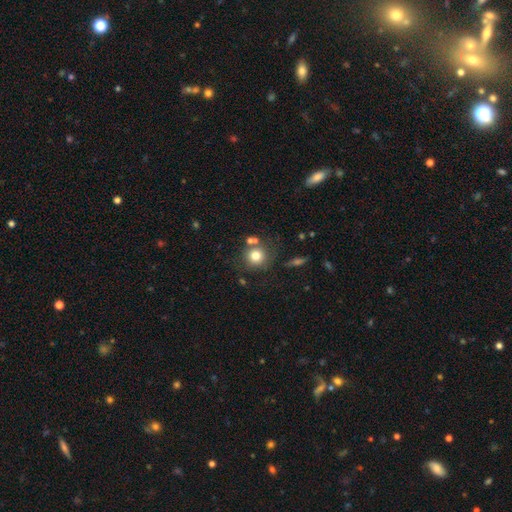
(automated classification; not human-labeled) A smooth galaxy with no disk features (77%) that is round (90%).

Vote fractions:
- Smooth or featured? smooth: 77% / featured or disk: 11% / star or artifact: 11%
- How rounded? round: 90% / in between: 9% / cigar-shaped: 1%
- Merging? none: 68% / merger: 15% / minor disturbance: 12% / major disturbance: 5%